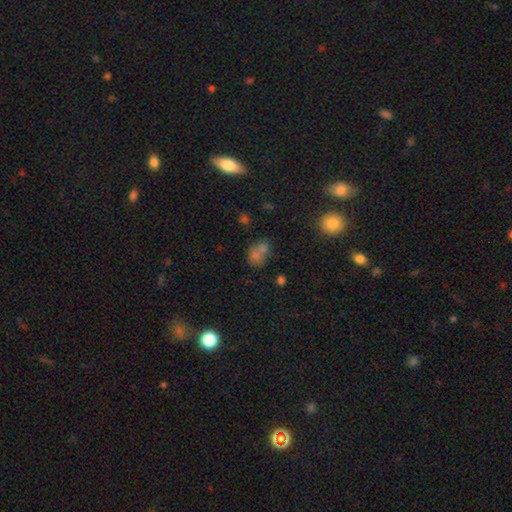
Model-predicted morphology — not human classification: smooth 67%, star or artifact 20%, featured or disk 13%. Down the decision tree: how rounded — in between (60%); merging — none (43%).